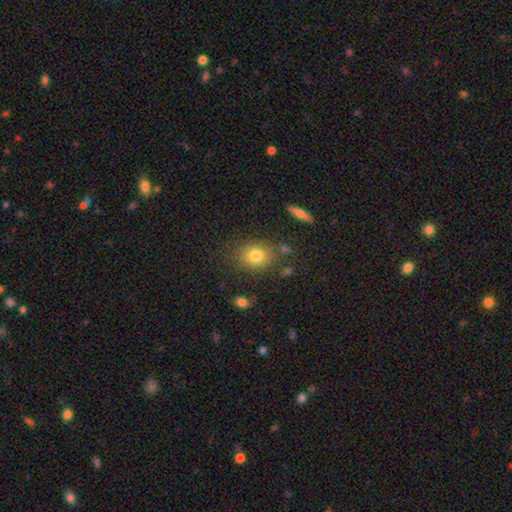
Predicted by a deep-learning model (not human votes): This appears to be a smooth galaxy with no disk features (79%) that is round (55%). Merging: none (78%).